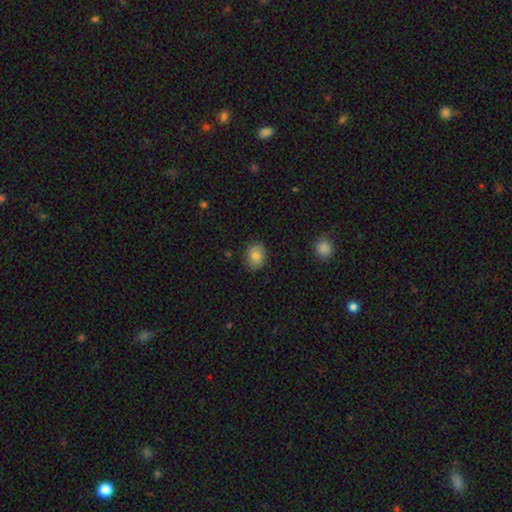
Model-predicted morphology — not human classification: Overall: smooth (81%). How rounded: round (50%; in between 49%). Merging: none (84%).